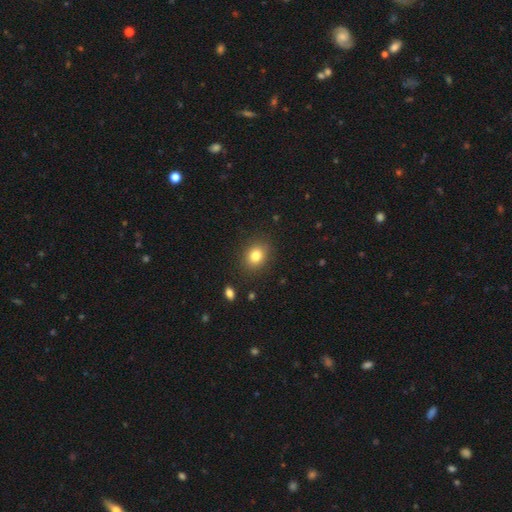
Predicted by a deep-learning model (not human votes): Overall: smooth (82%). How rounded: round (55%; in between 44%). Merging: none (87%).